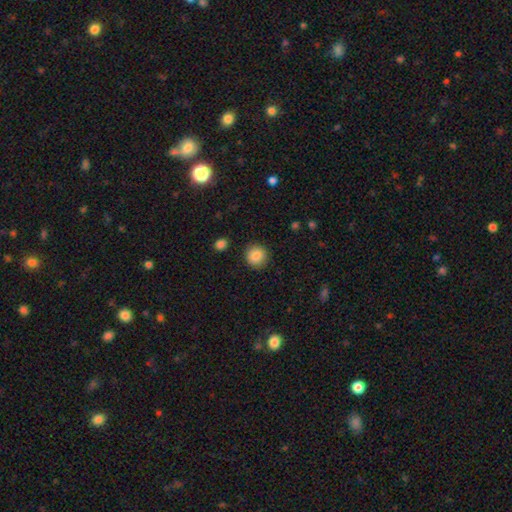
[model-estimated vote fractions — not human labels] A smooth galaxy with no disk features (87%) that is round (92%).

Vote fractions:
- Smooth or featured? smooth: 87% / star or artifact: 9% / featured or disk: 4%
- How rounded? round: 92% / in between: 7% / cigar-shaped: 1%
- Merging? none: 91% / minor disturbance: 6% / major disturbance: 2% / merger: 1%